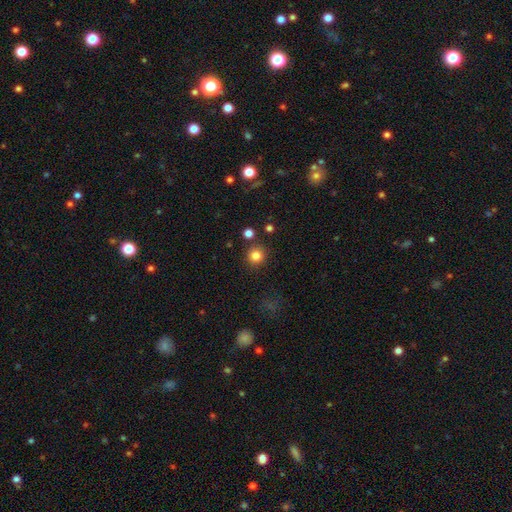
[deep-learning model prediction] smooth_or_featured: smooth (p=0.82) [alt: star or artifact p=0.13]
how_rounded: round (p=0.93) [alt: in between p=0.06]
merging: none (p=0.87) [alt: minor disturbance p=0.07]